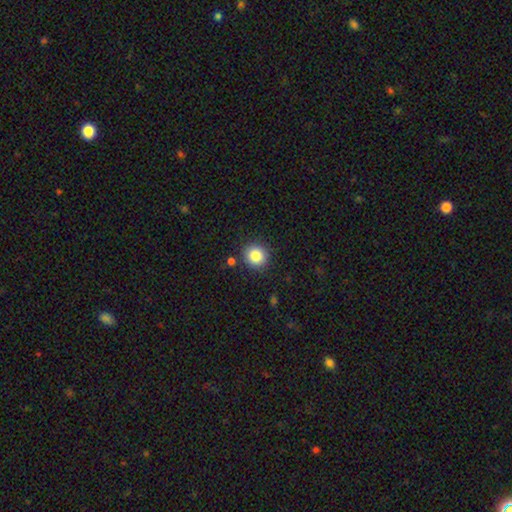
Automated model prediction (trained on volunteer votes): A smooth galaxy with no disk features (84%) that is round (90%).

Vote fractions:
- Smooth or featured? smooth: 84% / star or artifact: 10% / featured or disk: 5%
- How rounded? round: 90% / in between: 9% / cigar-shaped: 1%
- Merging? none: 88% / minor disturbance: 7% / merger: 3% / major disturbance: 2%